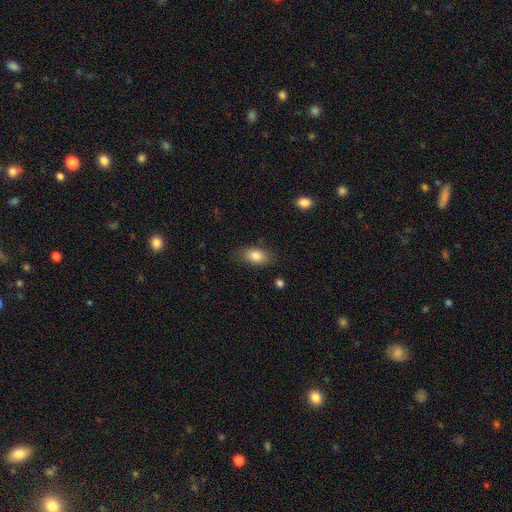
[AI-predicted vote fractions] smooth_or_featured: smooth (p=0.83) [alt: featured or disk p=0.09]
how_rounded: in between (p=0.88) [alt: round p=0.09]
merging: none (p=0.79) [alt: minor disturbance p=0.15]